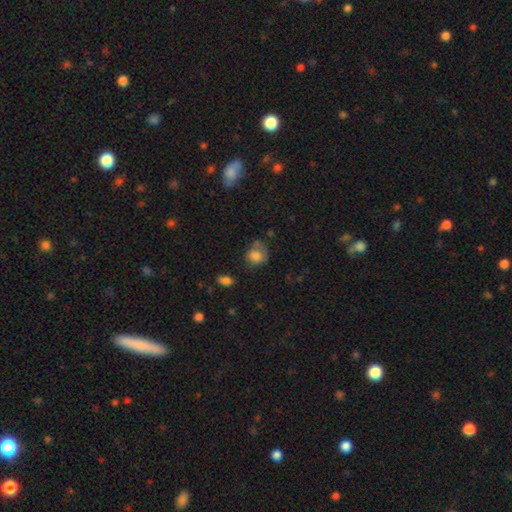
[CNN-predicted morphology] Smooth or featured: smooth — 79% (featured or disk — 11%)
How rounded: round — 70% (in between — 29%)
Merging: none — 49% (minor disturbance — 29%)